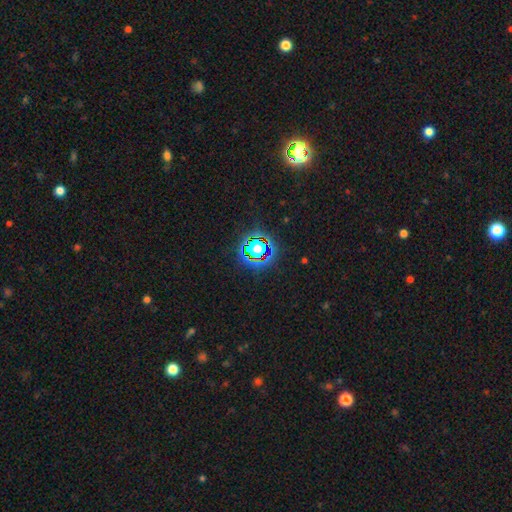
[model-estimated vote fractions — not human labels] Smooth or featured: star or artifact — 71% (smooth — 19%)